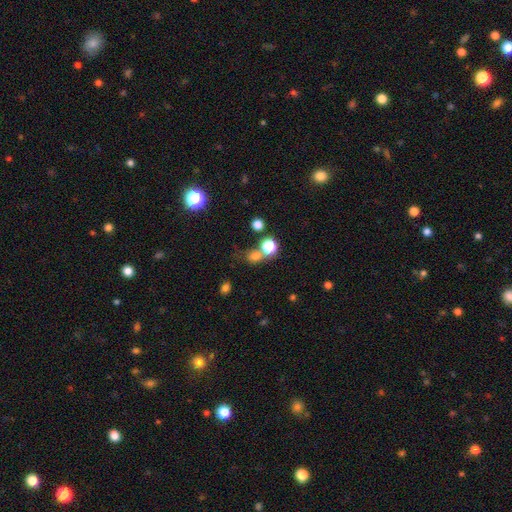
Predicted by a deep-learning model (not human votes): Q: Smooth or featured?
A: smooth (67%); runner-up: star or artifact (25%)
Q: How rounded?
A: round (72%); runner-up: in between (26%)
Q: Merging?
A: none (53%); runner-up: merger (28%)